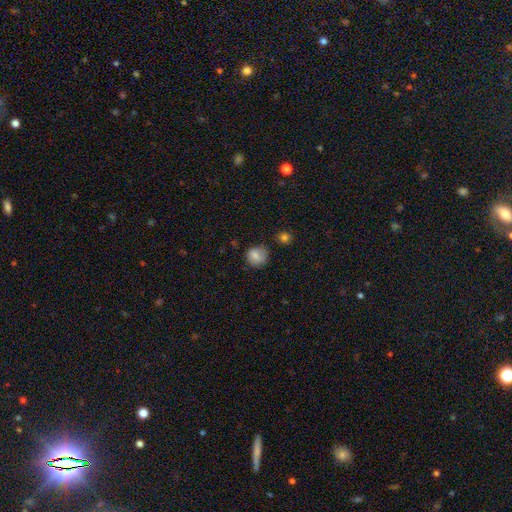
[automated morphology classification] smooth 80%, featured or disk 11%, star or artifact 9%. Down the decision tree: how rounded — round (79%); merging — none (67%).